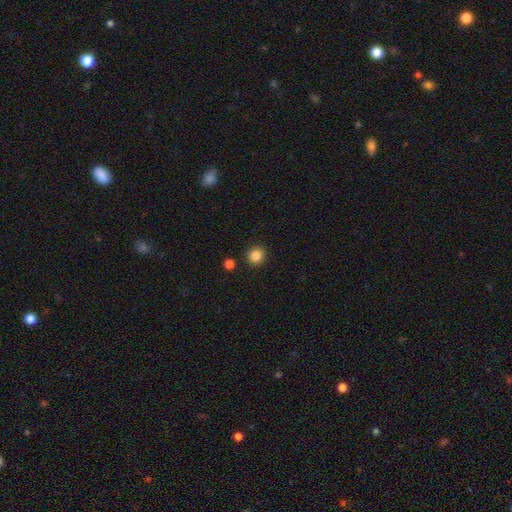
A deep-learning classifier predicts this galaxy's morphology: type=smooth (85%); roundness=round (90%); merging=none (90%).